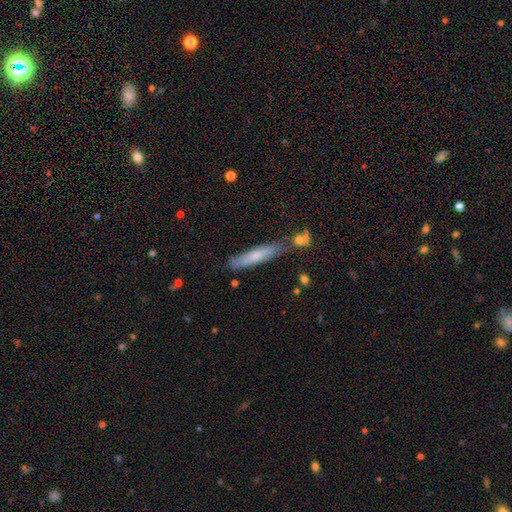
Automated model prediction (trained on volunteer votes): smooth-or-featured: smooth: 61% | featured or disk: 32% | star or artifact: 7%
  how-rounded: cigar-shaped: 89% | in between: 9% | round: 2%
  merging: none: 74% | minor disturbance: 16% | merger: 8% | major disturbance: 3%